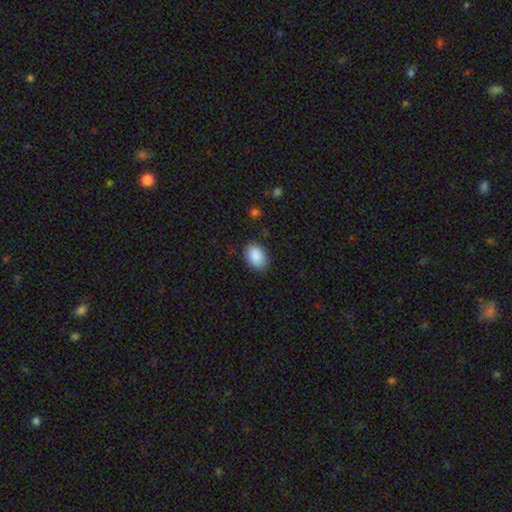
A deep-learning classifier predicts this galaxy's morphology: Smooth or featured? smooth (90%)
How rounded? in between (81%)
Merging? none (87%)